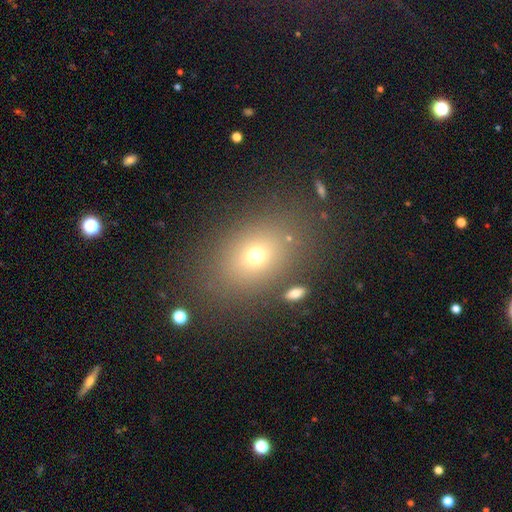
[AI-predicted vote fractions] Overall: smooth (68%). How rounded: in between (65%; round 34%). Merging: none (81%).